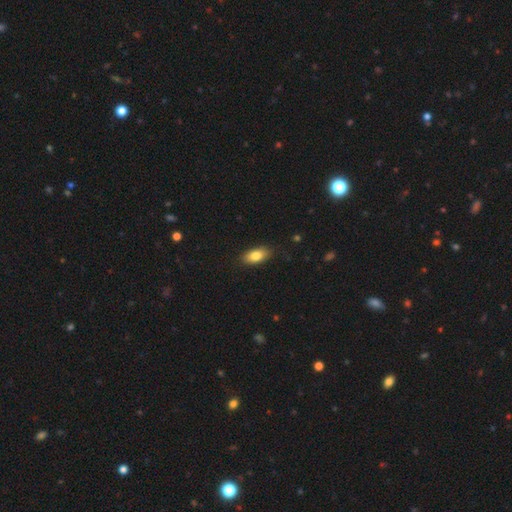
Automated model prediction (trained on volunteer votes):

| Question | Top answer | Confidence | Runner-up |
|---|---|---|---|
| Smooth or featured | smooth | 83% | featured or disk (10%) |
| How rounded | in between | 89% | cigar-shaped (7%) |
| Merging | none | 85% | minor disturbance (11%) |